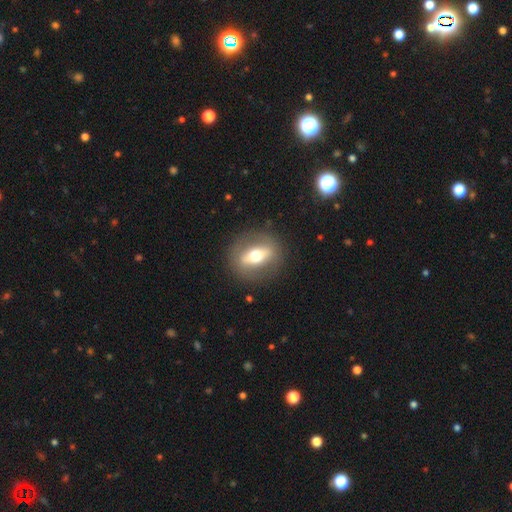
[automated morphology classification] featured or disk 56%, smooth 37%, star or artifact 7%. Down the decision tree: edge-on disk — no (55%); merging — none (85%).